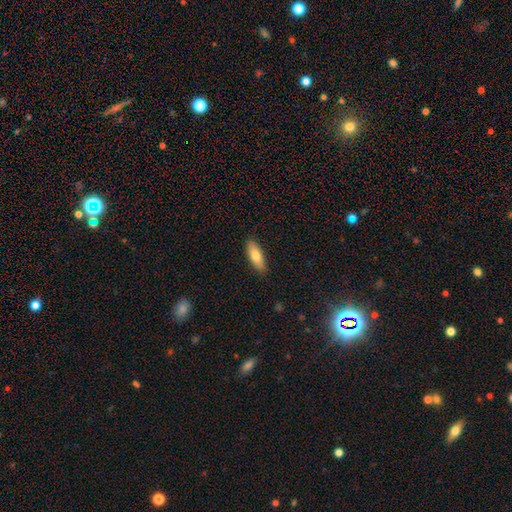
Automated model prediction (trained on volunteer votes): The model was most divided on "how rounded": in between: 63%, cigar-shaped: 35%, round: 2%. More confident: merging — none (88%); smooth or featured — smooth (78%).